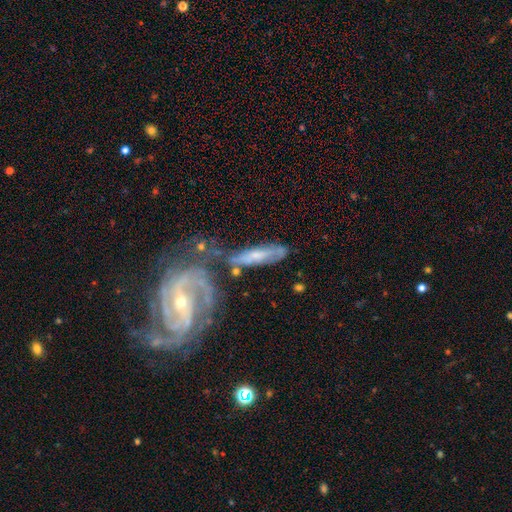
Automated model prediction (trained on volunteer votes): Overall: featured or disk (65%; smooth 27%). Edge-on disk: no (69%; yes 31%). Merging: none (43%; merger 23%).